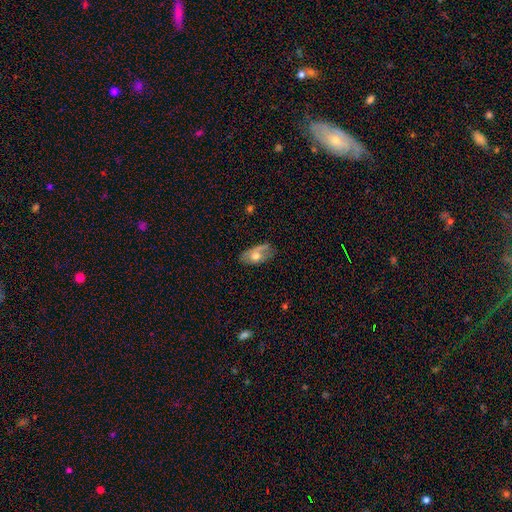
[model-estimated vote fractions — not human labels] Smooth or featured? Predicted: smooth (p=0.58). How rounded? Predicted: in between (p=0.89). Merging? Predicted: none (p=0.47).